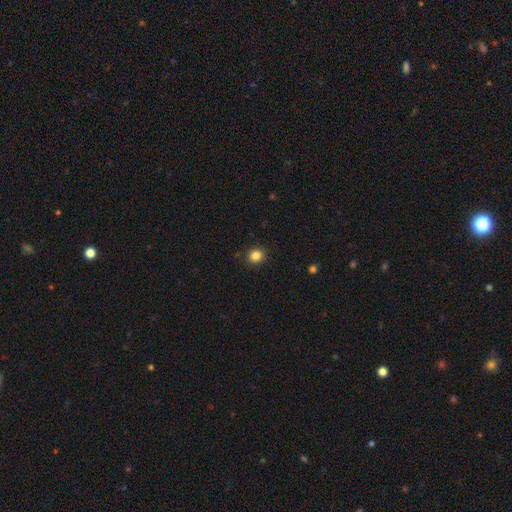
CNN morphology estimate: Overall: smooth (84%). How rounded: round (80%). Merging: none (91%).